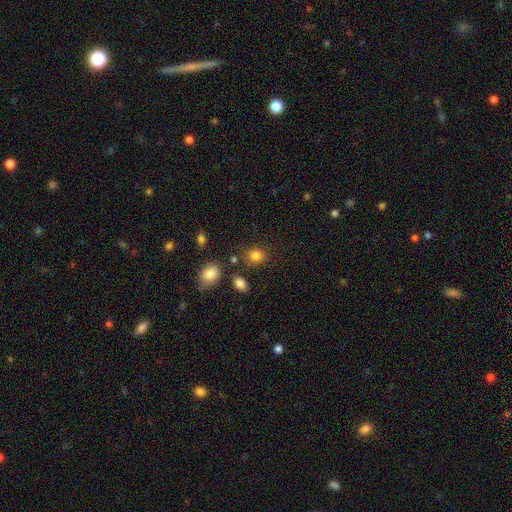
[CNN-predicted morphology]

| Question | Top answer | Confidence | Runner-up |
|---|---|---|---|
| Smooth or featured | smooth | 83% | star or artifact (12%) |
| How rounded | round | 74% | in between (25%) |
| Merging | none | 78% | minor disturbance (12%) |